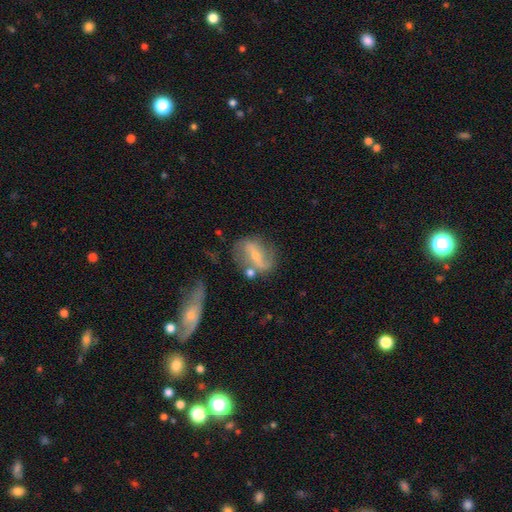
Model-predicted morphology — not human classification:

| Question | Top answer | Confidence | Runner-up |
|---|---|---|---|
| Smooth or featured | featured or disk | 71% | smooth (21%) |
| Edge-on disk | no | 93% | yes (7%) |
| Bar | strong | 45% | weak (34%) |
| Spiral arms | yes | 83% | no (17%) |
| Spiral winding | loose | 57% | medium (30%) |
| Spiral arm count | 2 | 82% | can't tell (8%) |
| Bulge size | small | 58% | moderate (33%) |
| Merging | none | 58% | minor disturbance (20%) |